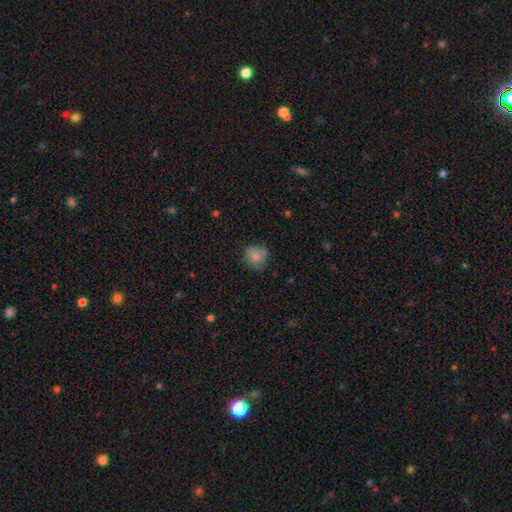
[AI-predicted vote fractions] smooth 74%, featured or disk 17%, star or artifact 9%. Down the decision tree: how rounded — round (80%); merging — none (62%).